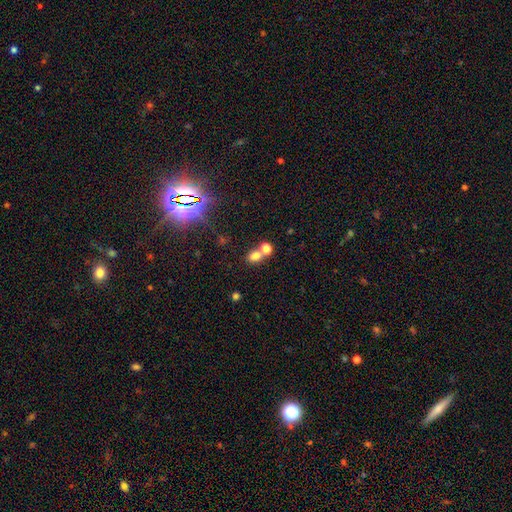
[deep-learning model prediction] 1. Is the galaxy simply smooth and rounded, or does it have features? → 74% smooth, 17% star or artifact, 9% featured or disk.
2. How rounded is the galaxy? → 51% round, 48% in between, 1% cigar-shaped.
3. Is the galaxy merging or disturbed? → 45% none, 43% merger, 8% minor disturbance, 4% major disturbance.